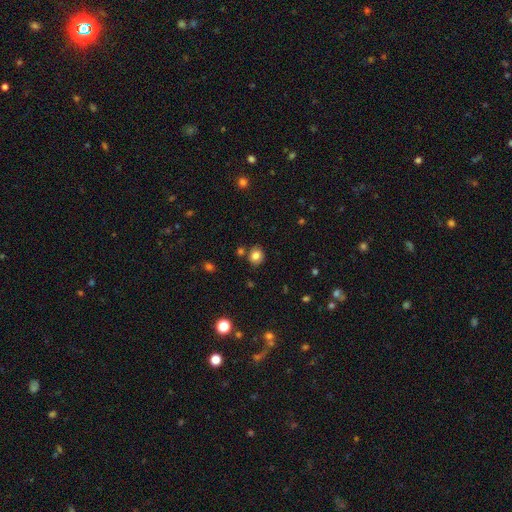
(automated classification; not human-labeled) smooth 81%, star or artifact 11%, featured or disk 8%. Down the decision tree: how rounded — round (68%); merging — none (79%).